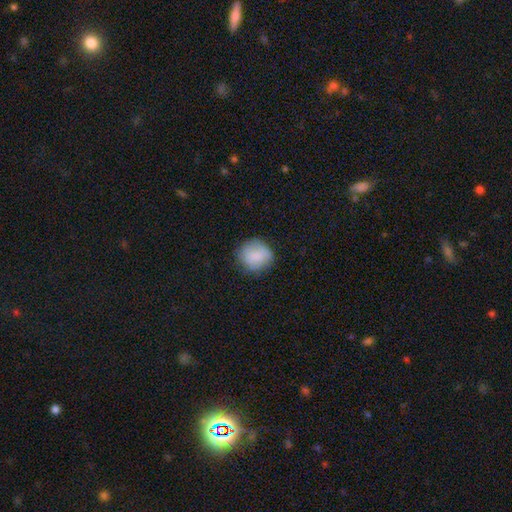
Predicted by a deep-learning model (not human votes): smooth 83%, featured or disk 10%, star or artifact 7%. Down the decision tree: how rounded — round (85%); merging — none (76%).